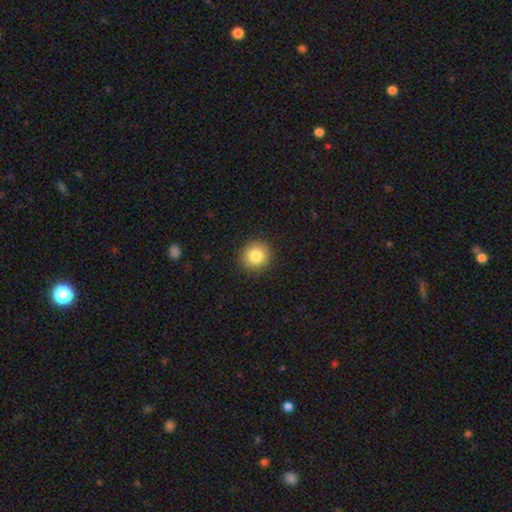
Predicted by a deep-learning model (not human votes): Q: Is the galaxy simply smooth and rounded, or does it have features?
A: smooth — 84%.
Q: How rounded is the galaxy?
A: round — 93%.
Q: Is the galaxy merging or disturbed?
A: none — 91%.